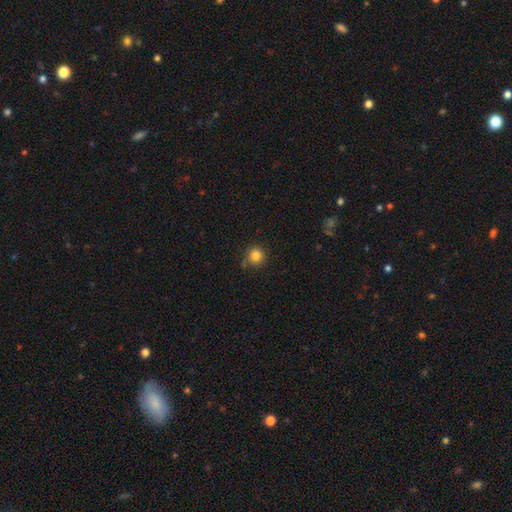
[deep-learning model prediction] Overall: smooth (82%). How rounded: round (94%). Merging: none (81%).